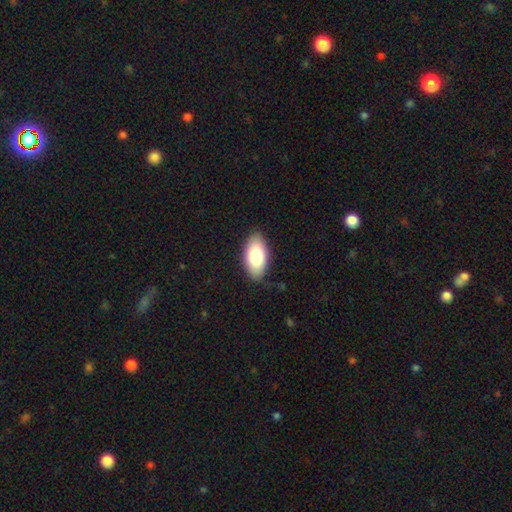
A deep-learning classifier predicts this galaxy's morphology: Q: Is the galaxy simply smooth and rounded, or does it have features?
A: smooth — 82%.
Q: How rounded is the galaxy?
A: in between — 94%.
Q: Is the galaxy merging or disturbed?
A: none — 84%.